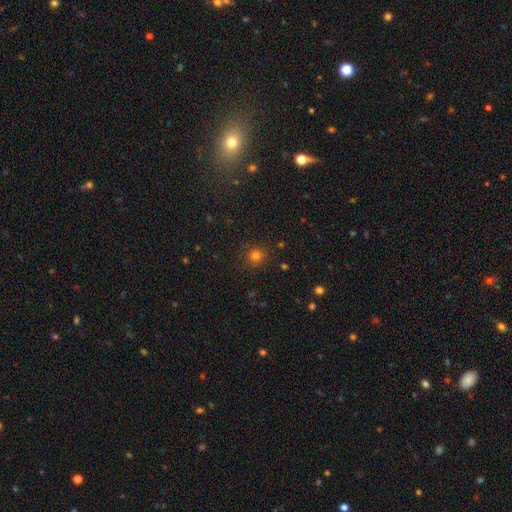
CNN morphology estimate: Smooth or featured? Predicted: smooth (p=0.78). How rounded? Predicted: round (p=0.91). Merging? Predicted: none (p=0.88).